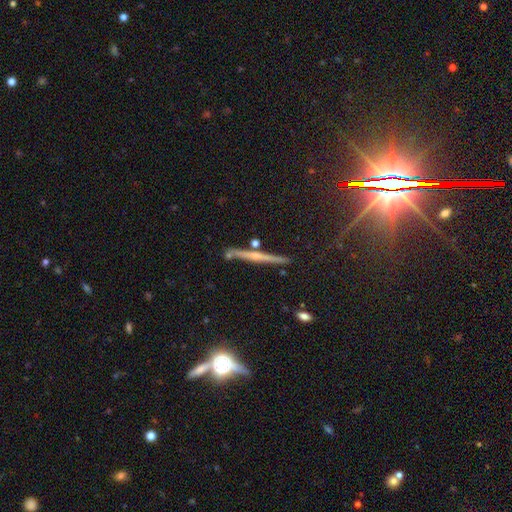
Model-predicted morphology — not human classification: Smooth or featured? featured or disk (62%)
Edge-on disk? yes (97%)
Edge-on bulge? rounded (55%)
Merging? none (85%)